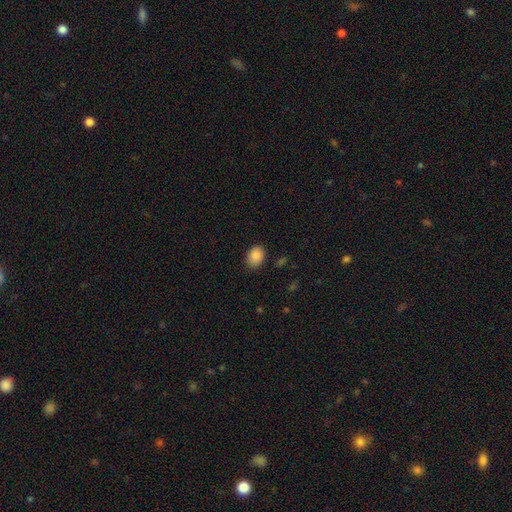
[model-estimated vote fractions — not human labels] smooth 88%, star or artifact 8%, featured or disk 4%. Down the decision tree: how rounded — in between (73%); merging — none (83%).